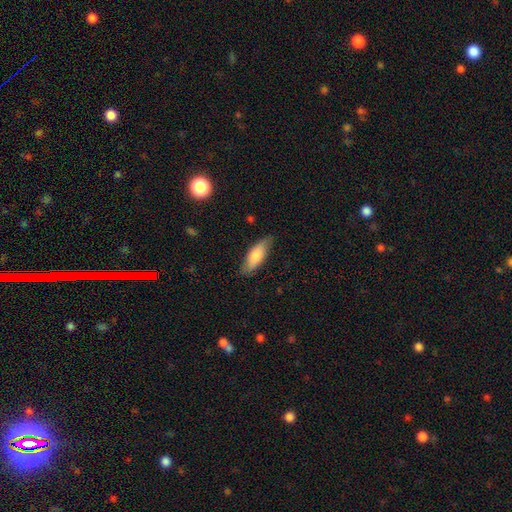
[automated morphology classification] smooth_or_featured: smooth (p=0.77) [alt: featured or disk p=0.17]
how_rounded: in between (p=0.65) [alt: cigar-shaped p=0.33]
merging: none (p=0.78) [alt: minor disturbance p=0.18]